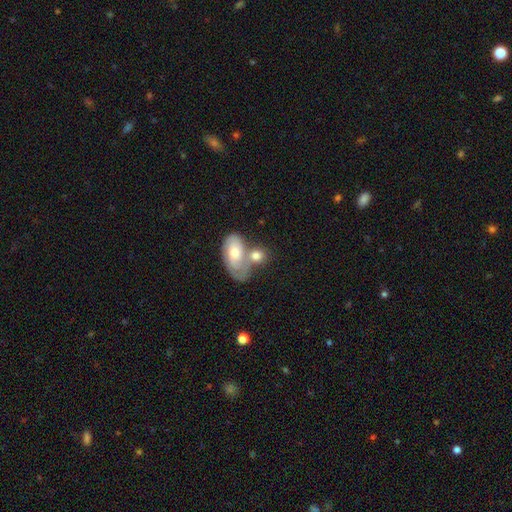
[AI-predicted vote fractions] This appears to be a smooth galaxy with no disk features (63%) that is in between round and cigar-shaped (65%). Merging: merger (55%).